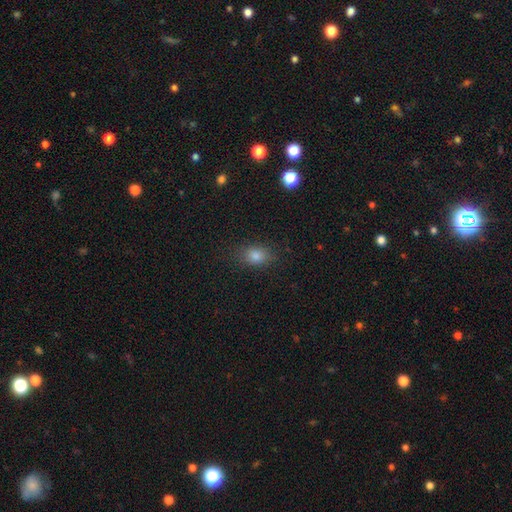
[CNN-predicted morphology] A smooth galaxy with no disk features (81%) that is in between round and cigar-shaped (70%).

Vote fractions:
- Smooth or featured? smooth: 81% / star or artifact: 12% / featured or disk: 7%
- How rounded? in between: 70% / round: 28% / cigar-shaped: 2%
- Merging? none: 82% / minor disturbance: 13% / major disturbance: 4% / merger: 1%